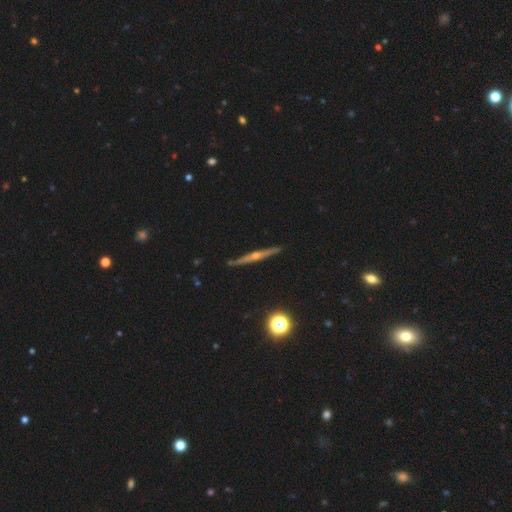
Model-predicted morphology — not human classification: featured or disk 82%, smooth 11%, star or artifact 7%. Down the decision tree: edge-on disk — yes (98%); edge-on bulge — rounded (87%); merging — none (91%).